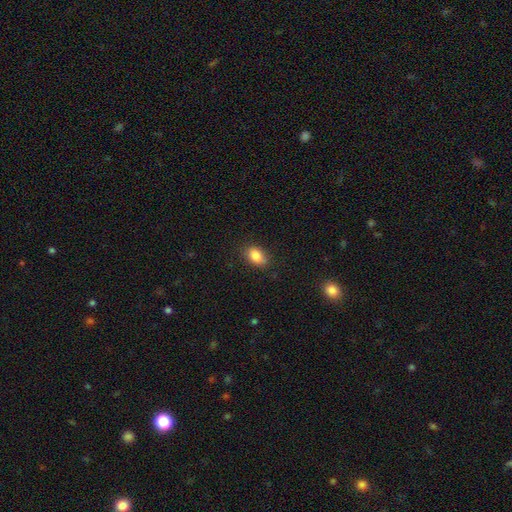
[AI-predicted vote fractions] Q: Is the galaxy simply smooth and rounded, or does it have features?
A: smooth — 87%.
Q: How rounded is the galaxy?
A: in between — 86%.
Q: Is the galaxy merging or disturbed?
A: none — 82%.